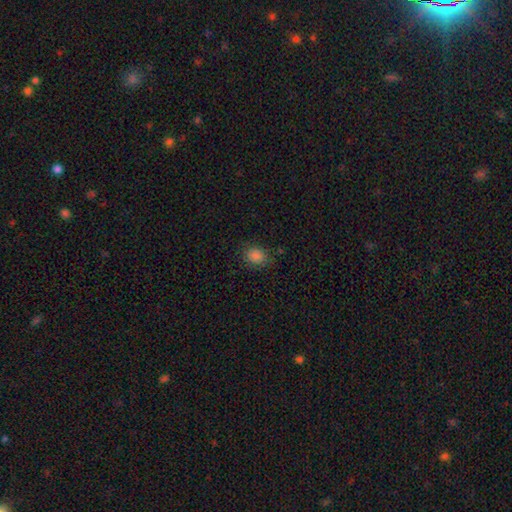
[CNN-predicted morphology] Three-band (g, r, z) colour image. It shows a smooth galaxy with no disk features (85%) that is round (51%). Merging: none (81%).